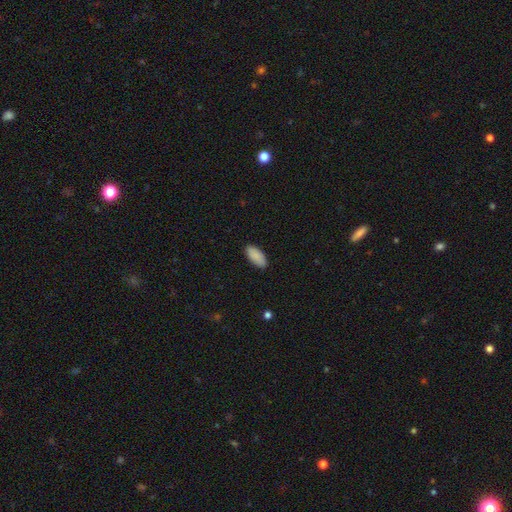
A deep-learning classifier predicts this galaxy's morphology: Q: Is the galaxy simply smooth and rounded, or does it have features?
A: smooth — 90%.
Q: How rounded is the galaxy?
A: in between — 90%.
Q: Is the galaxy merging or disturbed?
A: none — 88%.